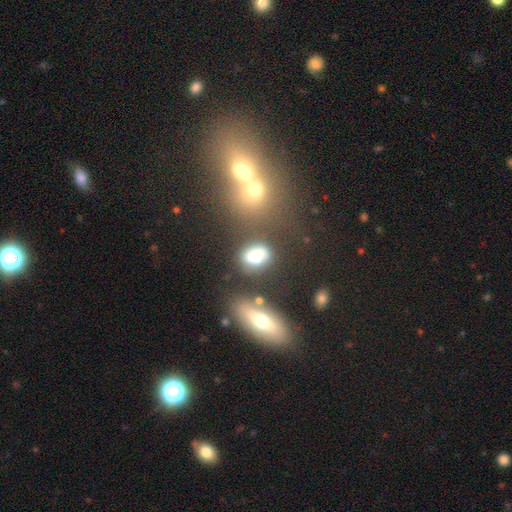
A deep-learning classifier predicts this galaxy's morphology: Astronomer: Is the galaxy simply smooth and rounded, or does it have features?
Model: smooth — 75%.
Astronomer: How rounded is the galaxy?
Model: in between — 72%.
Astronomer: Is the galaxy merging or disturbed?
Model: none — 59%.